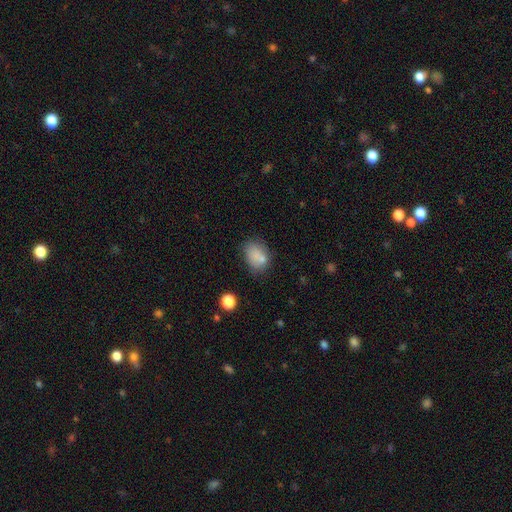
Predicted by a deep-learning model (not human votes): Smooth or featured?
  - smooth: 78% *
  - featured or disk: 11%
  - star or artifact: 10%
How rounded?
  - in between: 70% *
  - round: 29%
  - cigar-shaped: 1%
Merging?
  - none: 56% *
  - minor disturbance: 19%
  - merger: 18%
  - major disturbance: 6%